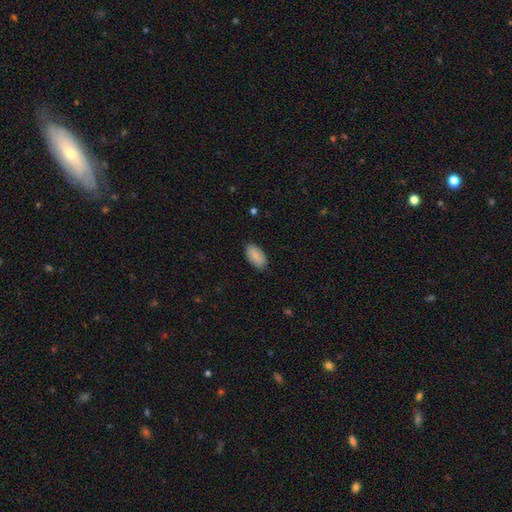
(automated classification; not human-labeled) This is clearly a smooth galaxy (88%). How rounded: clearly in between (95%). Merging: clearly none (86%).